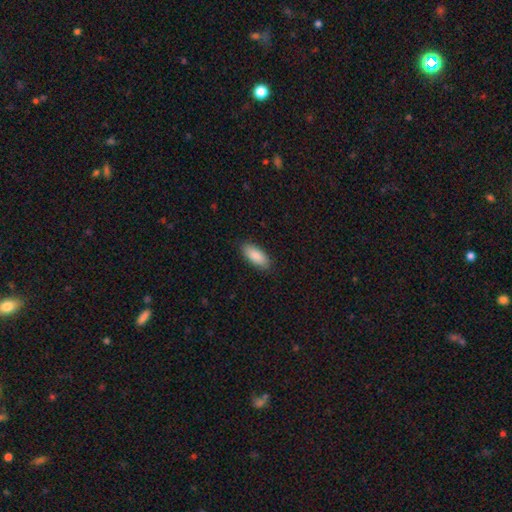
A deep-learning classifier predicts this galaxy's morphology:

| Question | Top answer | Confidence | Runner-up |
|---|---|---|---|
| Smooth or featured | smooth | 88% | featured or disk (6%) |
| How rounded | in between | 85% | cigar-shaped (14%) |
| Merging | none | 87% | minor disturbance (10%) |